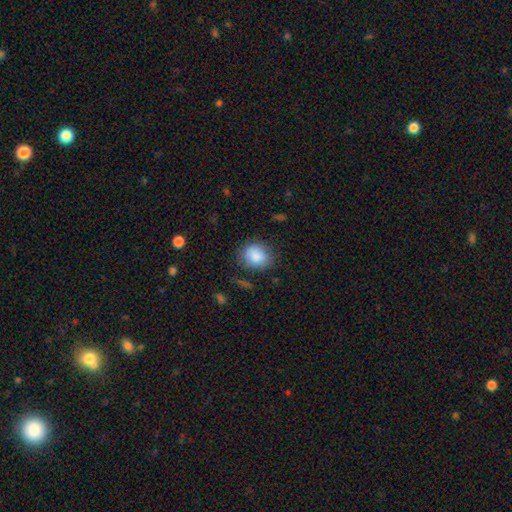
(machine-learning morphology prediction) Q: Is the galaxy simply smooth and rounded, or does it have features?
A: smooth — 86%.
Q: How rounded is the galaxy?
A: round — 61%.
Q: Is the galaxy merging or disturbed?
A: none — 75%.